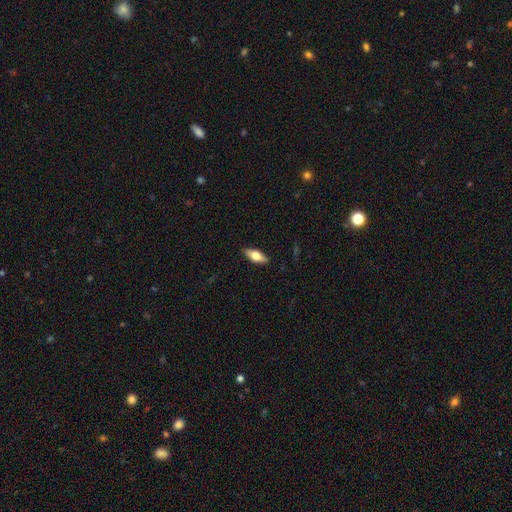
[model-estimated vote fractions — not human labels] Smooth or featured? smooth (59%)
How rounded? in between (70%)
Merging? none (88%)